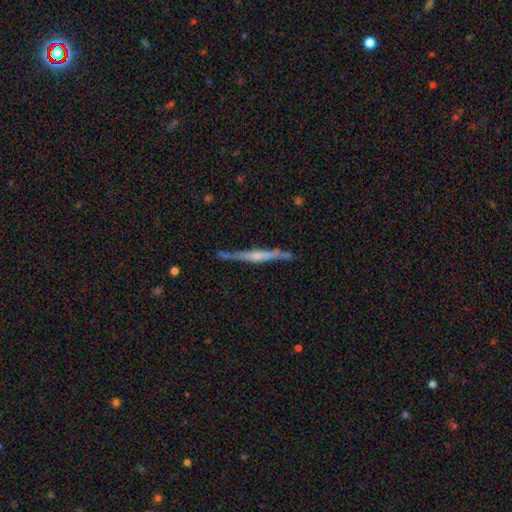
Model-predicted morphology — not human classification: This appears to be a featured or disk galaxy (76%) viewed edge-on (97%) with a rounded central bulge (63%). Merging: none (89%).